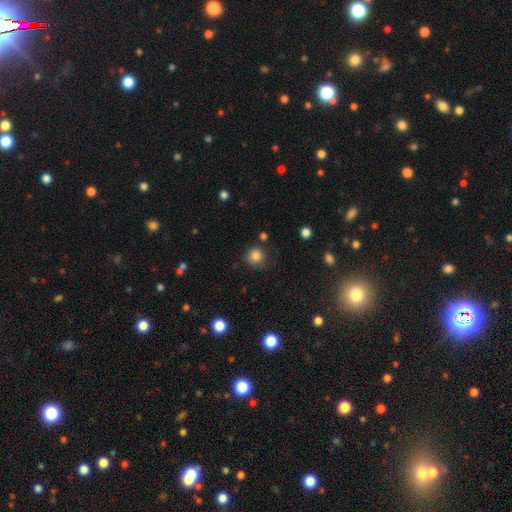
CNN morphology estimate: Smooth or featured?
  - smooth: 84% *
  - star or artifact: 11%
  - featured or disk: 5%
How rounded?
  - round: 91% *
  - in between: 8%
  - cigar-shaped: 1%
Merging?
  - none: 79% *
  - minor disturbance: 15%
  - major disturbance: 4%
  - merger: 3%